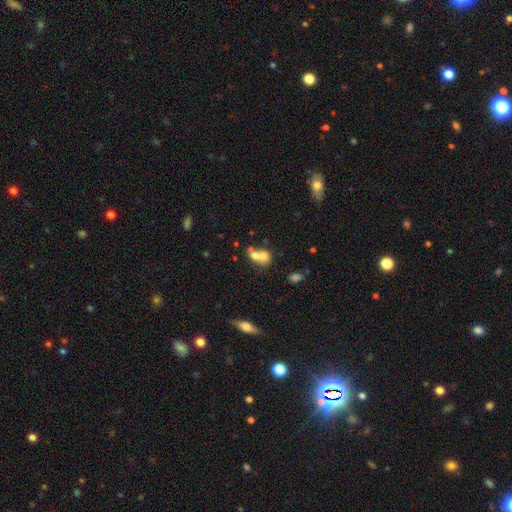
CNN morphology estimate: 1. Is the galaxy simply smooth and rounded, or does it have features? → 66% smooth, 22% featured or disk, 11% star or artifact.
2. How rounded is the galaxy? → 57% round, 41% in between, 2% cigar-shaped.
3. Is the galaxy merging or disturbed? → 66% merger, 24% none, 6% minor disturbance, 3% major disturbance.